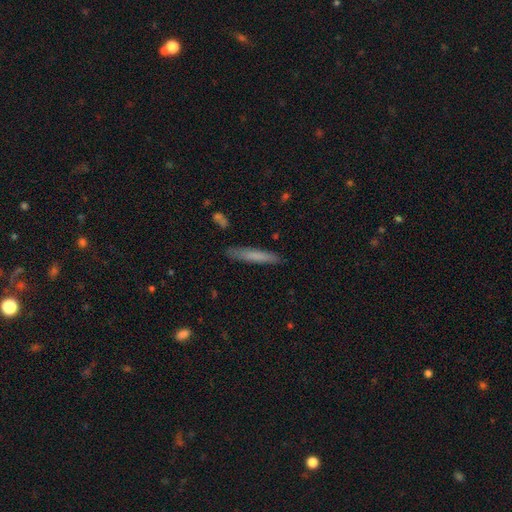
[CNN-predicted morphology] Smooth or featured?
  - smooth: 74% *
  - featured or disk: 20%
  - star or artifact: 6%
How rounded?
  - cigar-shaped: 93% *
  - in between: 6%
  - round: 1%
Merging?
  - none: 86% *
  - minor disturbance: 10%
  - major disturbance: 2%
  - merger: 2%